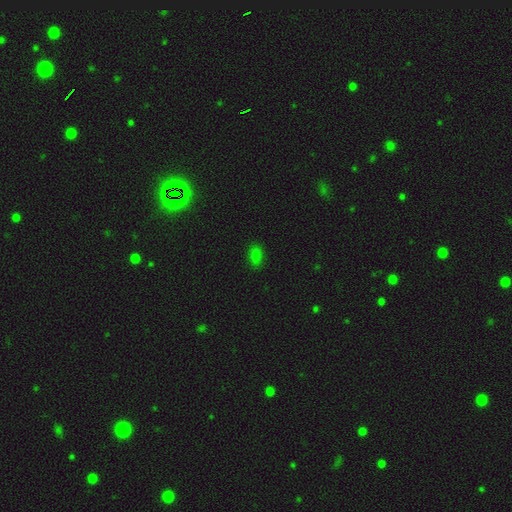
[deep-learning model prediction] Smooth or featured: smooth — 77% (star or artifact — 17%)
How rounded: in between — 85% (round — 12%)
Merging: none — 85% (minor disturbance — 11%)